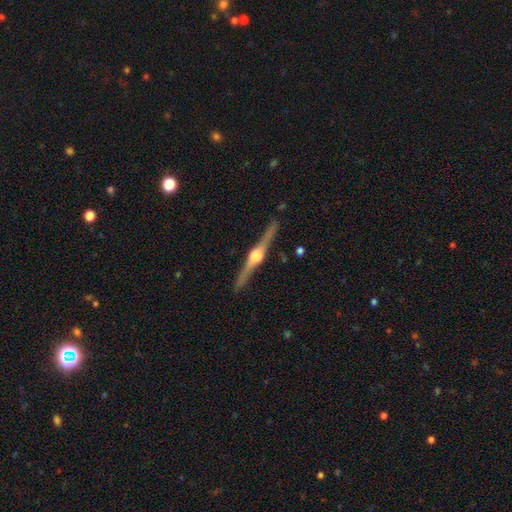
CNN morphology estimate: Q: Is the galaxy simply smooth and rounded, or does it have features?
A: featured or disk — 87%.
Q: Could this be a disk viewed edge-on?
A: yes — 98%.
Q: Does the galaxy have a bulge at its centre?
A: rounded — 95%.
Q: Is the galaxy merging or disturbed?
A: none — 91%.